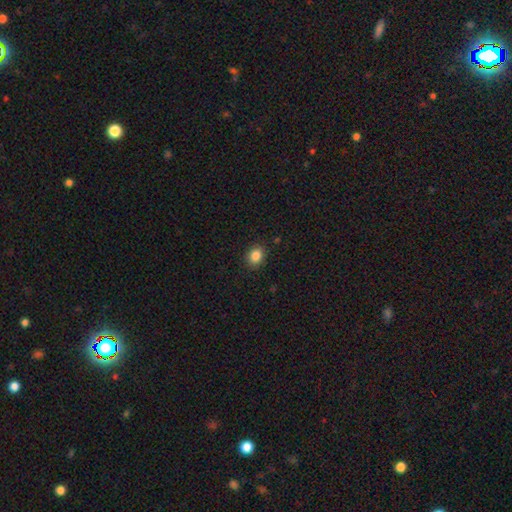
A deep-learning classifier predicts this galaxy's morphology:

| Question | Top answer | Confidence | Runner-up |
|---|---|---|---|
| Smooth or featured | smooth | 86% | star or artifact (10%) |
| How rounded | in between | 51% | round (48%) |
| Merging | none | 89% | minor disturbance (8%) |